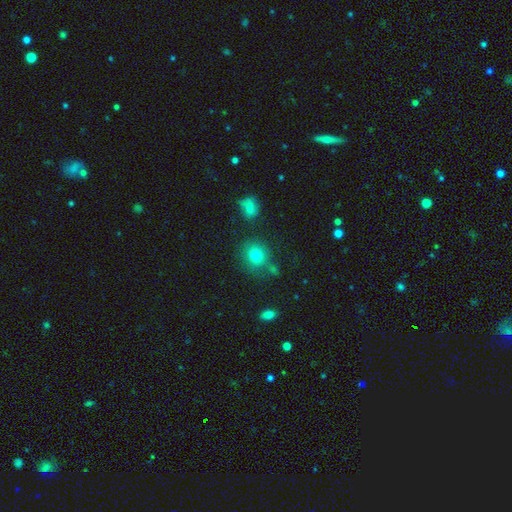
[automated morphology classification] Smooth or featured? smooth (77%)
How rounded? round (84%)
Merging? none (75%)